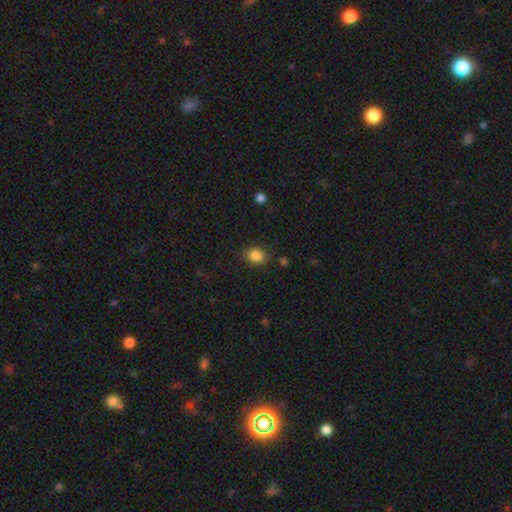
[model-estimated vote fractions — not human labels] smooth 86%, star or artifact 10%, featured or disk 4%. Down the decision tree: how rounded — round (52%); merging — none (84%).